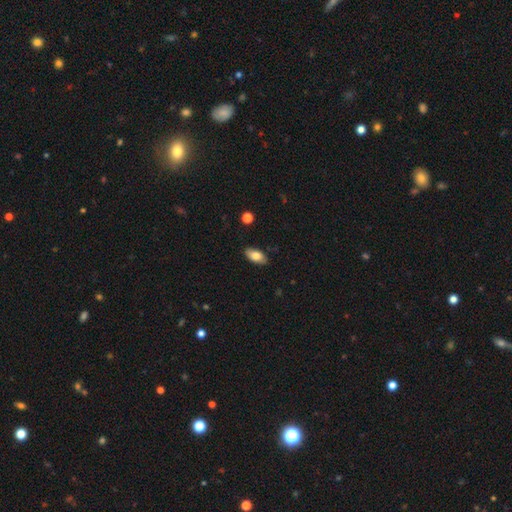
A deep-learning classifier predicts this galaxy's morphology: smooth_or_featured: smooth (p=0.79) [alt: featured or disk p=0.14]
how_rounded: in between (p=0.92) [alt: cigar-shaped p=0.04]
merging: none (p=0.85) [alt: minor disturbance p=0.12]